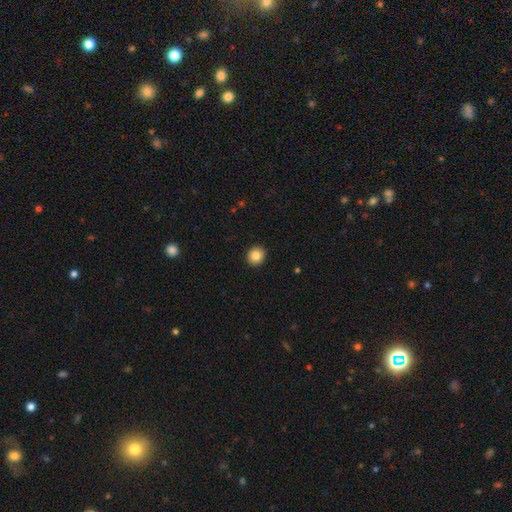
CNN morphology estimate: Smooth or featured?
  - smooth: 84% *
  - star or artifact: 9%
  - featured or disk: 7%
How rounded?
  - round: 88% *
  - in between: 11%
  - cigar-shaped: 1%
Merging?
  - none: 93% *
  - minor disturbance: 5%
  - major disturbance: 2%
  - merger: 1%